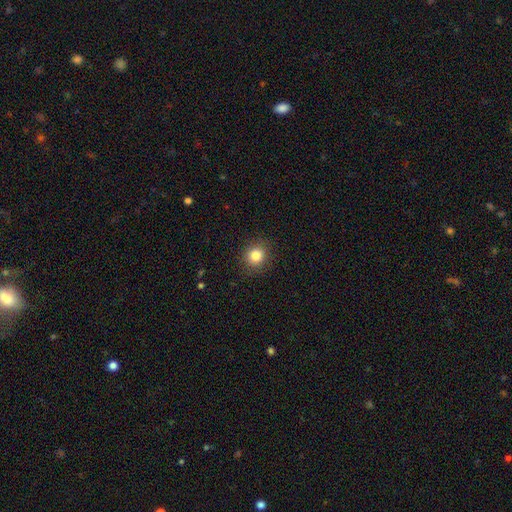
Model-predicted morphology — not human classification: The model was most divided on "how rounded": round: 85%, in between: 14%, cigar-shaped: 1%. More confident: merging — none (89%); smooth or featured — smooth (83%).